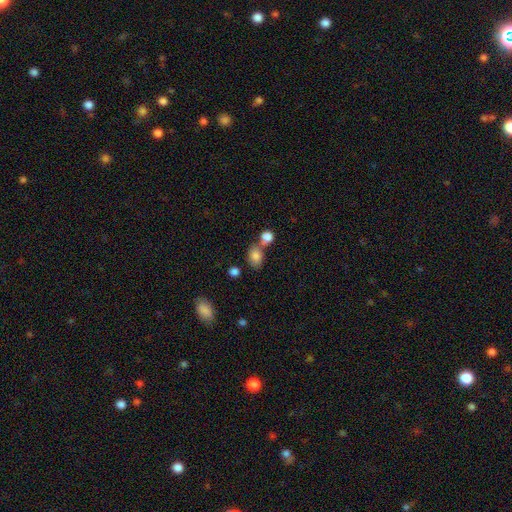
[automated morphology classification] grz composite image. It shows a smooth galaxy with no disk features (81%) that is in between round and cigar-shaped (63%). Merging: merger (43%).